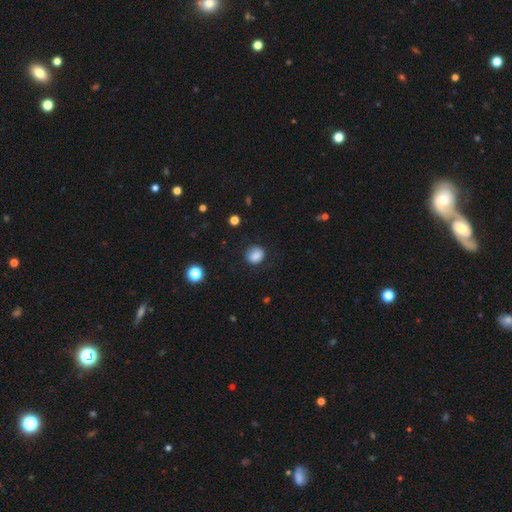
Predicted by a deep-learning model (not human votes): Smooth or featured: smooth — 85% (star or artifact — 10%)
How rounded: round — 76% (in between — 23%)
Merging: none — 81% (minor disturbance — 13%)